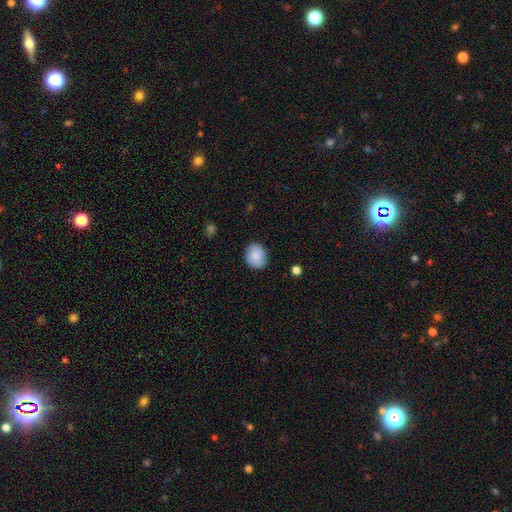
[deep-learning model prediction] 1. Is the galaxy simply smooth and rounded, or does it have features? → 82% smooth, 11% featured or disk, 7% star or artifact.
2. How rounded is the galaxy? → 68% round, 31% in between, 1% cigar-shaped.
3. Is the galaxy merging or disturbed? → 80% none, 16% minor disturbance, 3% major disturbance, 1% merger.